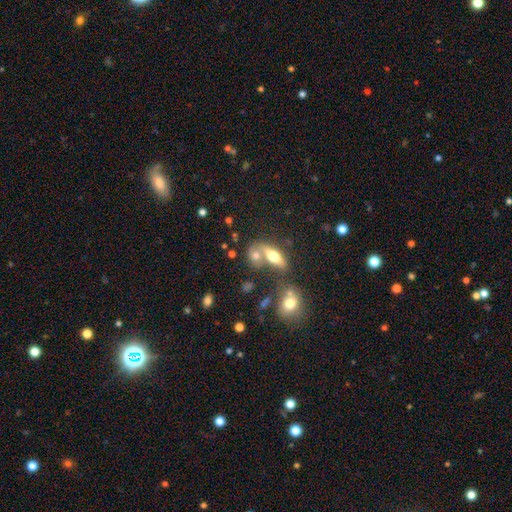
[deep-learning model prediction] Q: Smooth or featured?
A: smooth (63%); runner-up: featured or disk (25%)
Q: How rounded?
A: in between (64%); runner-up: round (20%)
Q: Merging?
A: merger (46%); runner-up: none (37%)